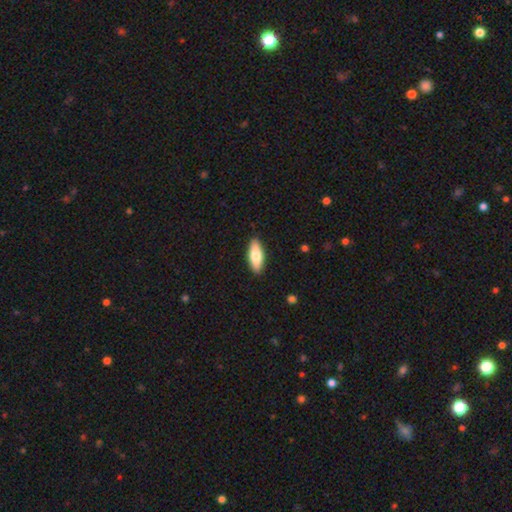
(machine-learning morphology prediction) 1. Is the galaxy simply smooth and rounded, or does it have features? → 73% smooth, 21% featured or disk, 5% star or artifact.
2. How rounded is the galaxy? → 70% in between, 27% cigar-shaped, 2% round.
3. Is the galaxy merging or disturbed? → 89% none, 8% minor disturbance, 2% major disturbance, 1% merger.